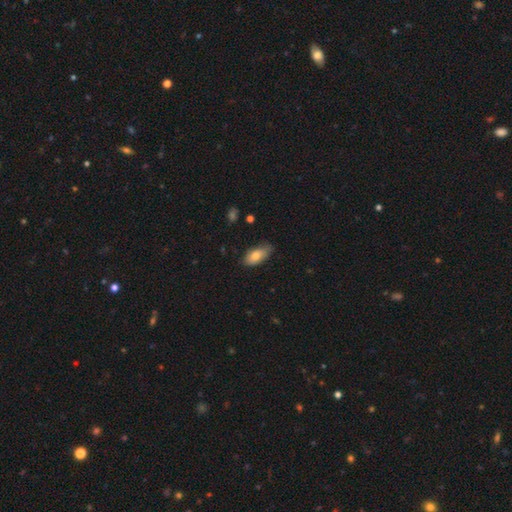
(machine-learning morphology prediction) Smooth or featured?
  - smooth: 78% *
  - featured or disk: 15%
  - star or artifact: 7%
How rounded?
  - in between: 89% *
  - cigar-shaped: 8%
  - round: 3%
Merging?
  - none: 67% *
  - minor disturbance: 27%
  - major disturbance: 4%
  - merger: 1%